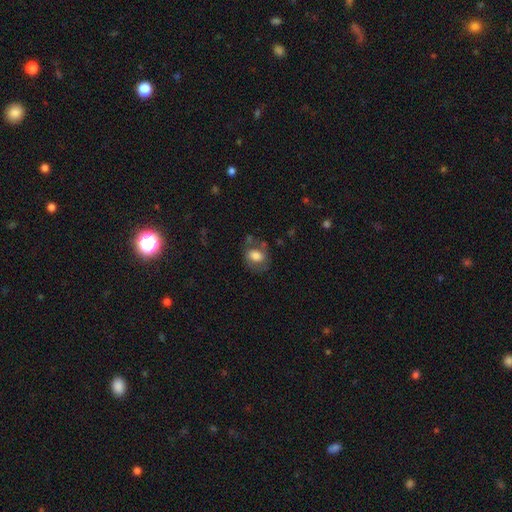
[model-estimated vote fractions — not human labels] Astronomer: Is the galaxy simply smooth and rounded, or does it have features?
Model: smooth — 66%.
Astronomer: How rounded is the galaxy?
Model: in between — 64%.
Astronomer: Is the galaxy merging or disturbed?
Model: none — 55%.